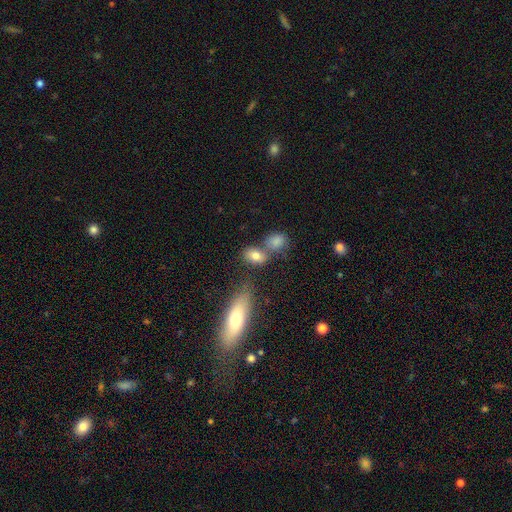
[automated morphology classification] A smooth galaxy with no disk features (78%) that is in between round and cigar-shaped (78%).

Vote fractions:
- Smooth or featured? smooth: 78% / featured or disk: 12% / star or artifact: 10%
- How rounded? in between: 78% / round: 18% / cigar-shaped: 4%
- Merging? none: 51% / merger: 31% / minor disturbance: 13% / major disturbance: 5%